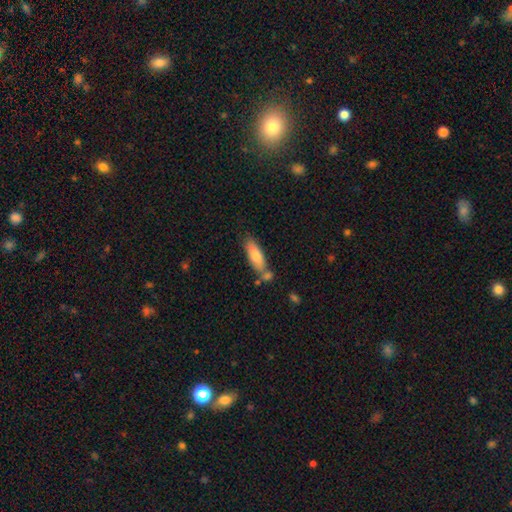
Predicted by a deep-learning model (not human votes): Smooth or featured? Predicted: smooth (p=0.73). How rounded? Predicted: in between (p=0.54). Merging? Predicted: none (p=0.61).